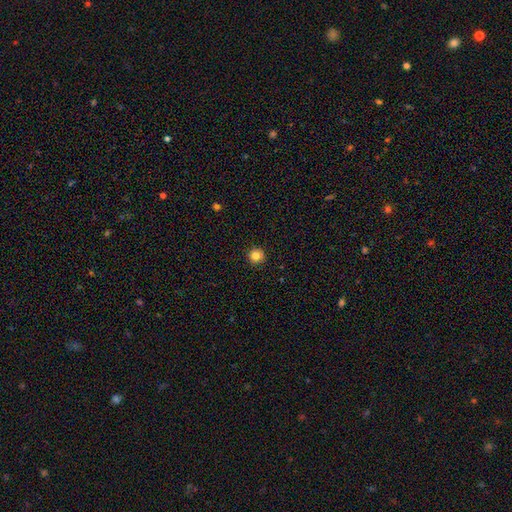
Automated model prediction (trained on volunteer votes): Smooth or featured?
  - smooth: 84% *
  - star or artifact: 11%
  - featured or disk: 5%
How rounded?
  - round: 95% *
  - in between: 4%
  - cigar-shaped: 1%
Merging?
  - none: 91% *
  - minor disturbance: 6%
  - major disturbance: 2%
  - merger: 1%